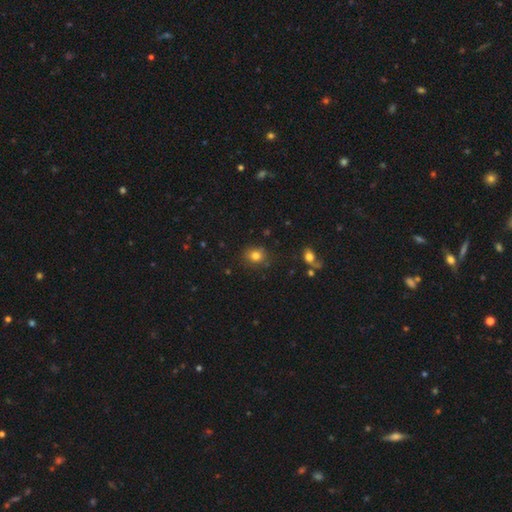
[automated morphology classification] smooth_or_featured: smooth (p=0.80) [alt: star or artifact p=0.13]
how_rounded: round (p=0.67) [alt: in between p=0.32]
merging: none (p=0.81) [alt: minor disturbance p=0.12]